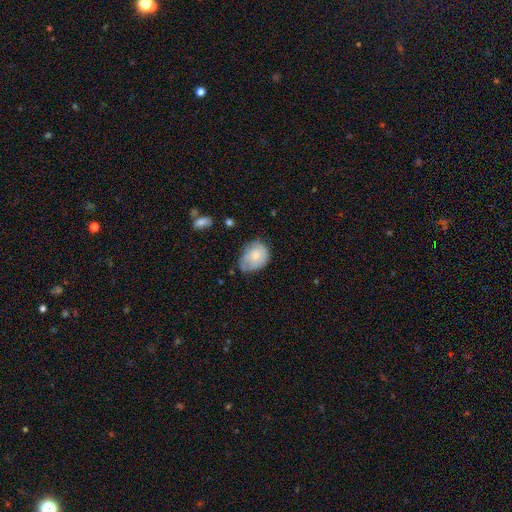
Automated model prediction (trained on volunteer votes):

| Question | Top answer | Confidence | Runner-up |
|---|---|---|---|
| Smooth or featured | smooth | 67% | featured or disk (25%) |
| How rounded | in between | 62% | round (37%) |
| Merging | none | 45% | minor disturbance (39%) |